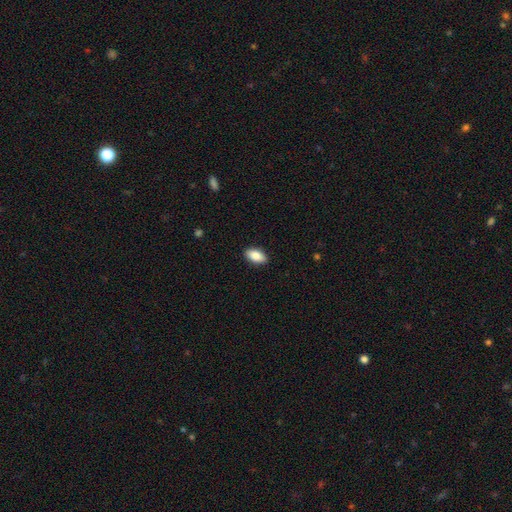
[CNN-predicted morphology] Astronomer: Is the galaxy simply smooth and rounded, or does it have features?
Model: smooth — 86%.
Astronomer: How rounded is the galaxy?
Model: in between — 92%.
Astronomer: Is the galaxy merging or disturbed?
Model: none — 90%.